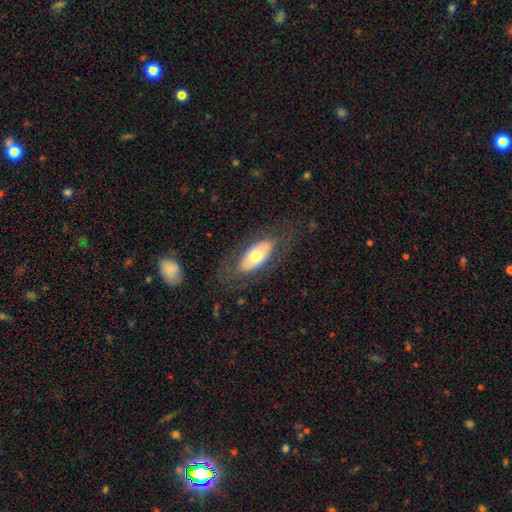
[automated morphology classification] This appears to be a smooth galaxy with no disk features (56%) that is in between round and cigar-shaped (89%). Merging: none (77%).